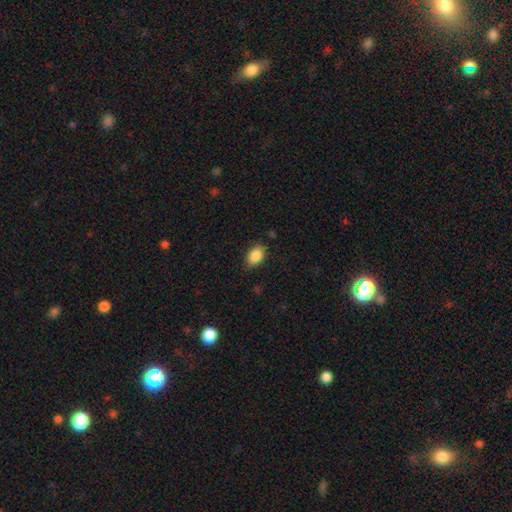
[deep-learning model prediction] This is clearly a smooth galaxy (87%). How rounded: clearly in between (89%). Merging: clearly none (84%).